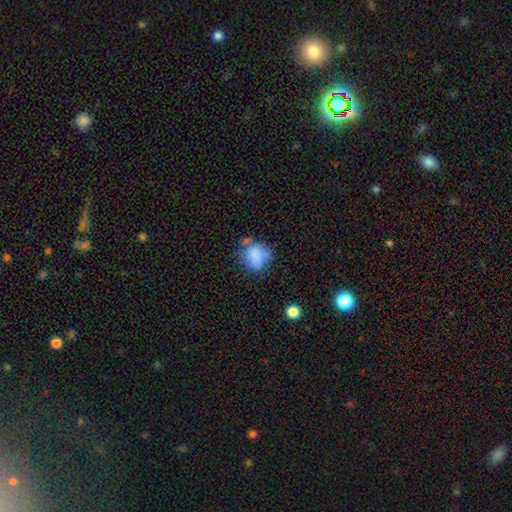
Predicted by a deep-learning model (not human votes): Smooth or featured? Predicted: smooth (p=0.72). How rounded? Predicted: round (p=0.57). Merging? Predicted: none (p=0.41).